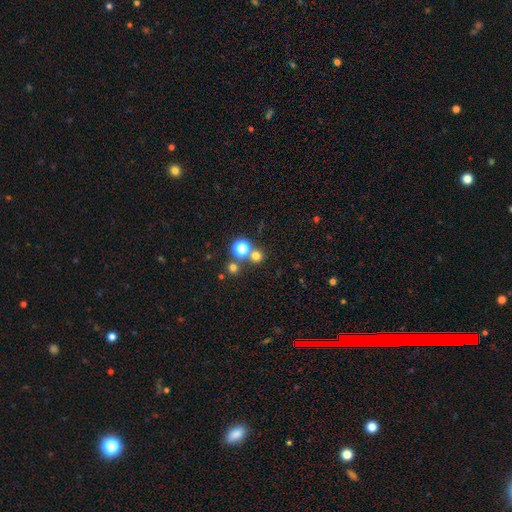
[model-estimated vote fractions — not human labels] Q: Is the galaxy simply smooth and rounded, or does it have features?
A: smooth — 70%.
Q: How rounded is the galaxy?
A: round — 92%.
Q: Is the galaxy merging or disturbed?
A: none — 72%.